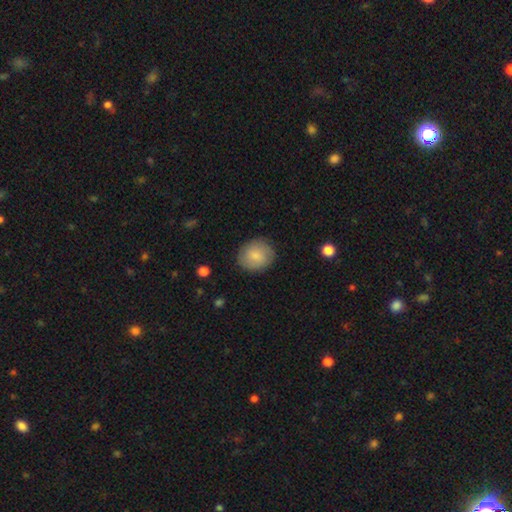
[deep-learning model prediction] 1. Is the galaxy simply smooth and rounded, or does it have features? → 81% smooth, 12% featured or disk, 6% star or artifact.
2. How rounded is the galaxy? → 70% round, 30% in between, 1% cigar-shaped.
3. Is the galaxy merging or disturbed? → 84% none, 12% minor disturbance, 3% major disturbance, 1% merger.